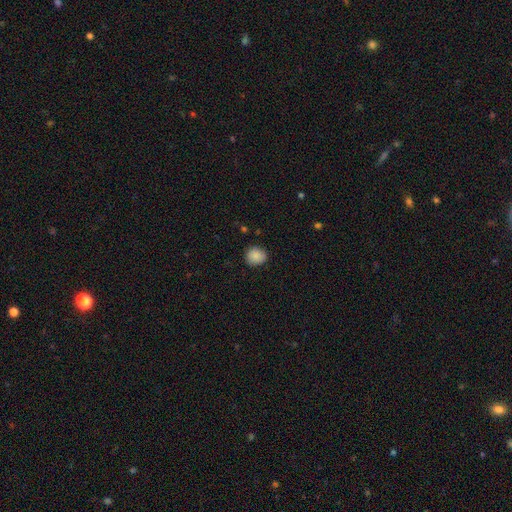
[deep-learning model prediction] Overall: smooth (88%). How rounded: round (82%). Merging: none (86%).